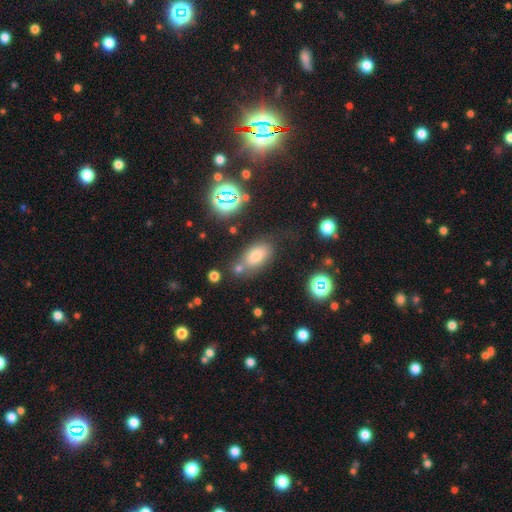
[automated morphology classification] smooth-or-featured: smooth: 68% | star or artifact: 19% | featured or disk: 13%
  how-rounded: in between: 85% | round: 12% | cigar-shaped: 4%
  merging: none: 66% | minor disturbance: 15% | merger: 13% | major disturbance: 6%